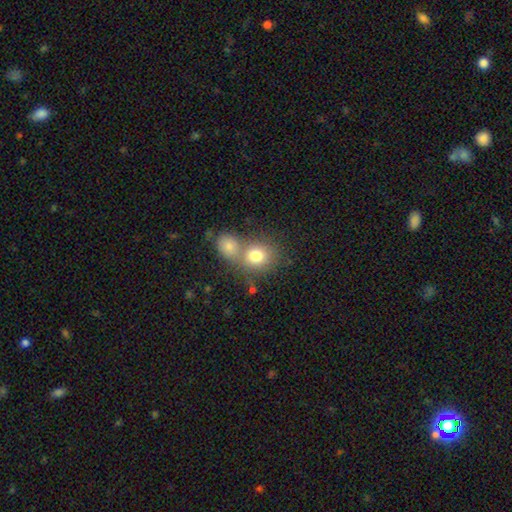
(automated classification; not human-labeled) The model was most divided on "merging": merger: 47%, none: 41%, minor disturbance: 8%, major disturbance: 4%. More confident: smooth or featured — smooth (78%); how rounded — round (73%).